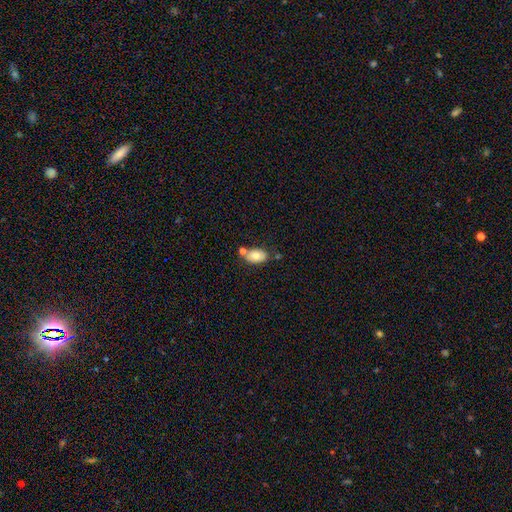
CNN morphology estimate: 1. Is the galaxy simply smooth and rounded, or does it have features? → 75% smooth, 17% featured or disk, 8% star or artifact.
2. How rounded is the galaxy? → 89% in between, 9% round, 2% cigar-shaped.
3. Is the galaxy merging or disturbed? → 65% none, 17% merger, 14% minor disturbance, 4% major disturbance.